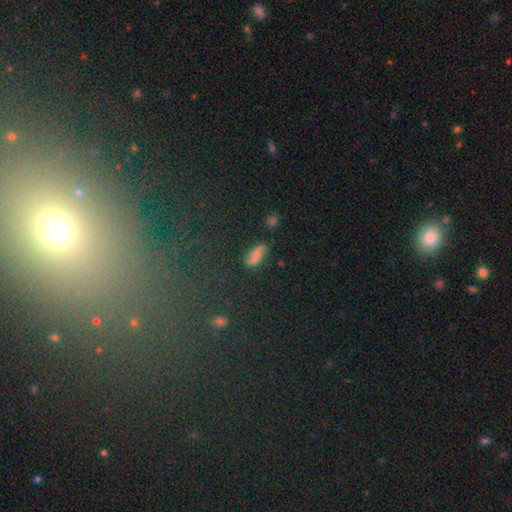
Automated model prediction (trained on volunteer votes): Smooth or featured: smooth — 49% (featured or disk — 36%)
Merging: none — 68% (minor disturbance — 21%)